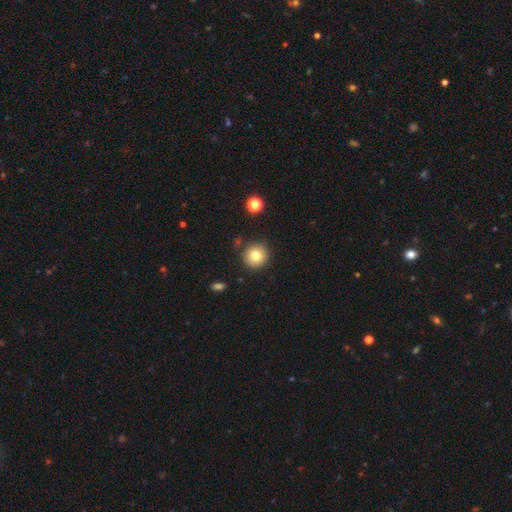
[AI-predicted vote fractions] smooth_or_featured: smooth (p=0.79) [alt: star or artifact p=0.11]
how_rounded: round (p=0.93) [alt: in between p=0.06]
merging: none (p=0.87) [alt: minor disturbance p=0.08]